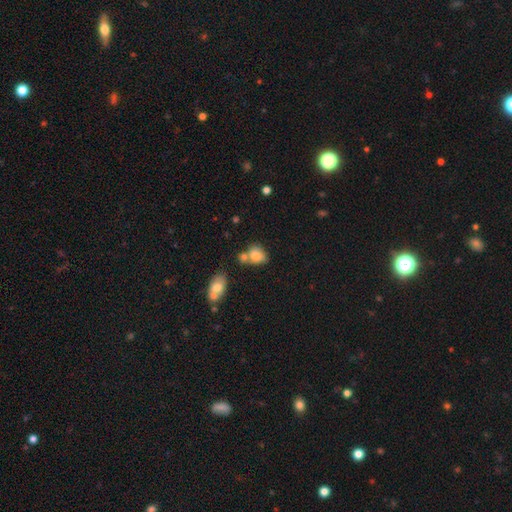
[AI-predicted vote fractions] smooth 80%, featured or disk 10%, star or artifact 10%. Down the decision tree: how rounded — in between (71%); merging — none (42%).